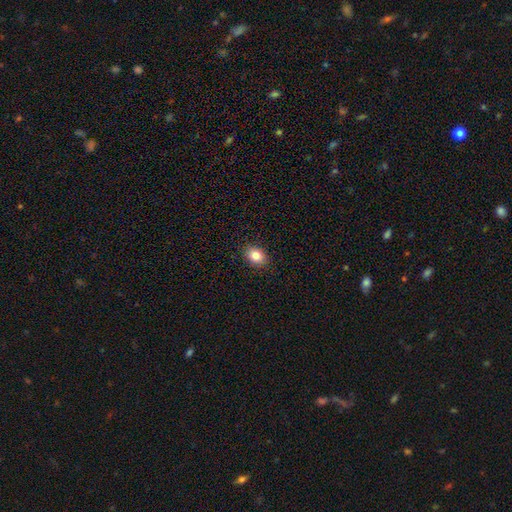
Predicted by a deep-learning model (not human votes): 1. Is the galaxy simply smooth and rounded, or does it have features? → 85% smooth, 9% star or artifact, 6% featured or disk.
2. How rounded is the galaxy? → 67% in between, 32% round, 1% cigar-shaped.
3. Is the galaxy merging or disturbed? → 90% none, 8% minor disturbance, 2% major disturbance, 1% merger.